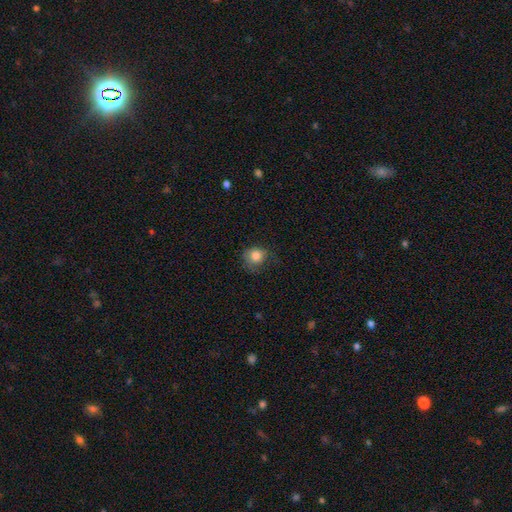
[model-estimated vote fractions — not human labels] The model was most divided on "merging": none: 60%, minor disturbance: 26%, major disturbance: 12%, merger: 1%. More confident: smooth or featured — smooth (83%); how rounded — round (82%).